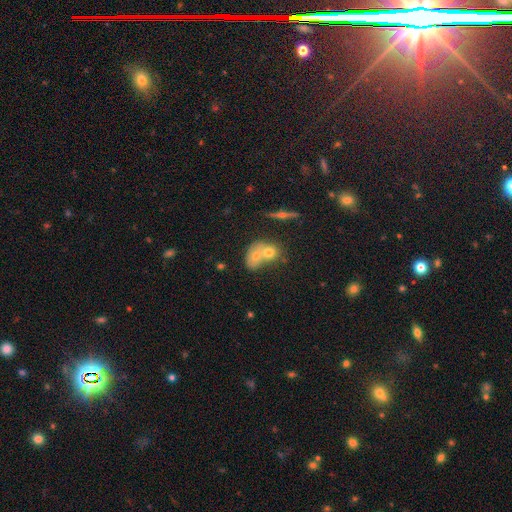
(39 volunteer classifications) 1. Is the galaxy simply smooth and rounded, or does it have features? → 64% smooth, 28% featured or disk, 8% star or artifact.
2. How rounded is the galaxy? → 72% in between, 28% round, 0% cigar-shaped.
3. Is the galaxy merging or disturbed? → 81% merger, 14% none, 3% minor disturbance, 3% major disturbance.